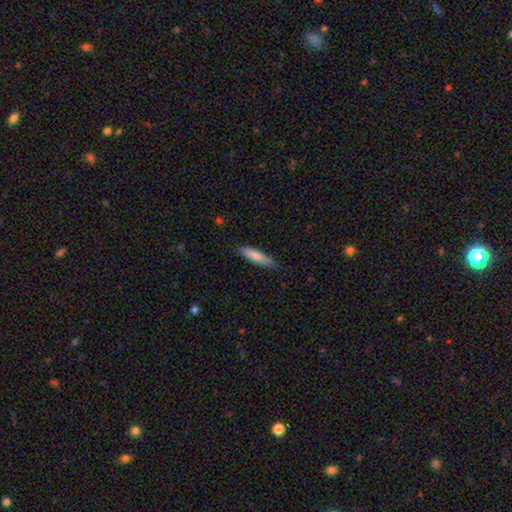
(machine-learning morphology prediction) Q: Smooth or featured?
A: smooth (75%); runner-up: featured or disk (20%)
Q: How rounded?
A: cigar-shaped (82%); runner-up: in between (17%)
Q: Merging?
A: none (84%); runner-up: minor disturbance (12%)